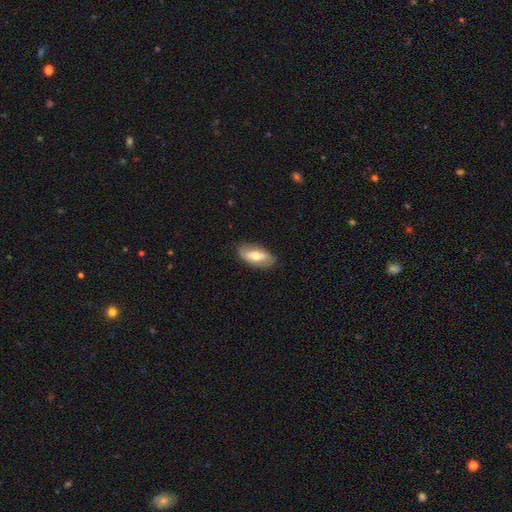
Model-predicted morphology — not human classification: A smooth galaxy with no disk features (52%) that is in between round and cigar-shaped (88%).

Vote fractions:
- Smooth or featured? smooth: 52% / featured or disk: 42% / star or artifact: 6%
- How rounded? in between: 88% / cigar-shaped: 8% / round: 4%
- Merging? none: 79% / minor disturbance: 16% / major disturbance: 4% / merger: 1%